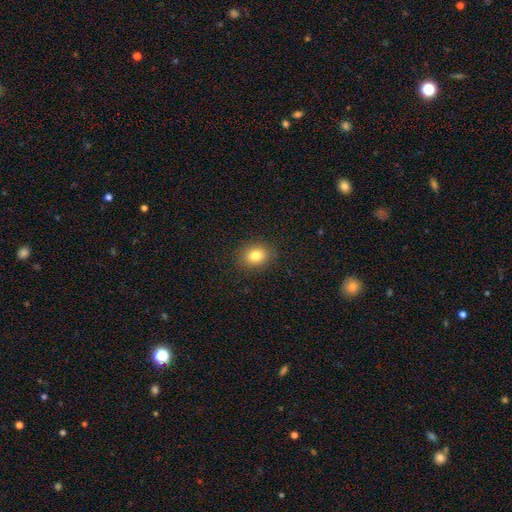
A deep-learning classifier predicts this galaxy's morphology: A smooth galaxy with no disk features (82%) that is round (52%).

Vote fractions:
- Smooth or featured? smooth: 82% / star or artifact: 11% / featured or disk: 7%
- How rounded? round: 52% / in between: 47% / cigar-shaped: 1%
- Merging? none: 88% / minor disturbance: 8% / major disturbance: 2% / merger: 1%